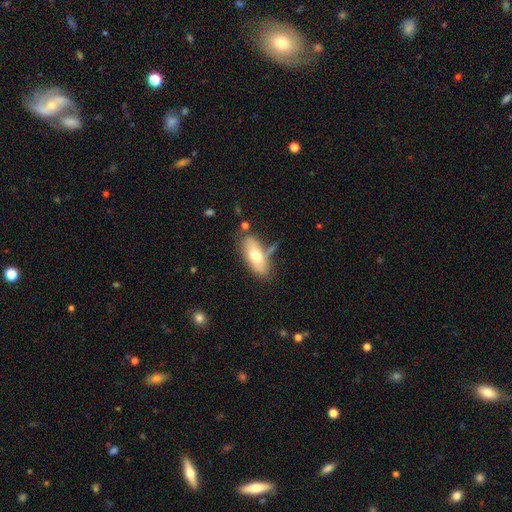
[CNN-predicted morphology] The model was most divided on "smooth or featured": smooth: 67%, featured or disk: 27%, star or artifact: 6%. More confident: how rounded — in between (84%); merging — none (62%).